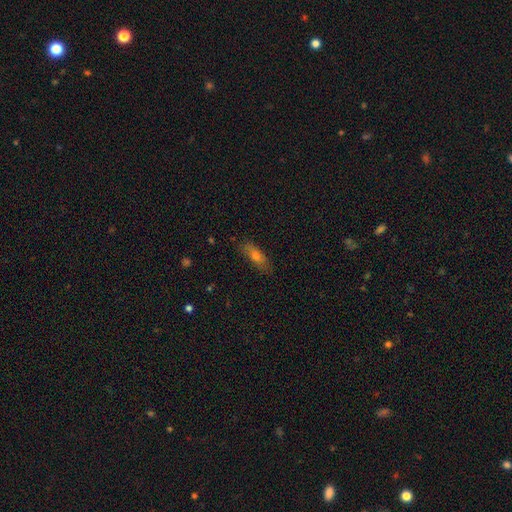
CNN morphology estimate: smooth_or_featured: smooth (p=0.60) [alt: featured or disk p=0.29]
how_rounded: cigar-shaped (p=0.50) [alt: in between p=0.47]
merging: none (p=0.82) [alt: minor disturbance p=0.14]